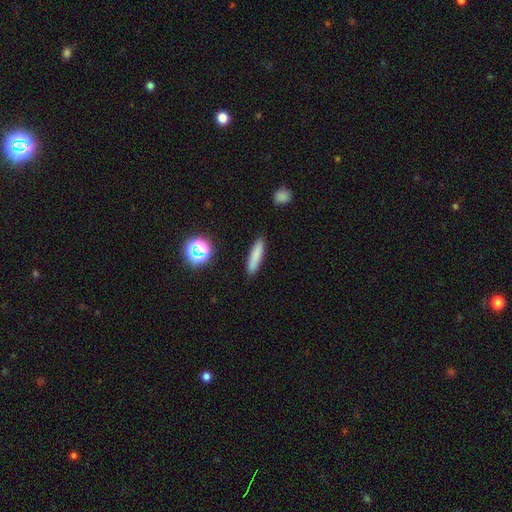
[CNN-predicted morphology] smooth-or-featured: smooth: 81% | featured or disk: 10% | star or artifact: 9%
  how-rounded: cigar-shaped: 85% | in between: 13% | round: 2%
  merging: none: 90% | minor disturbance: 7% | major disturbance: 2% | merger: 1%